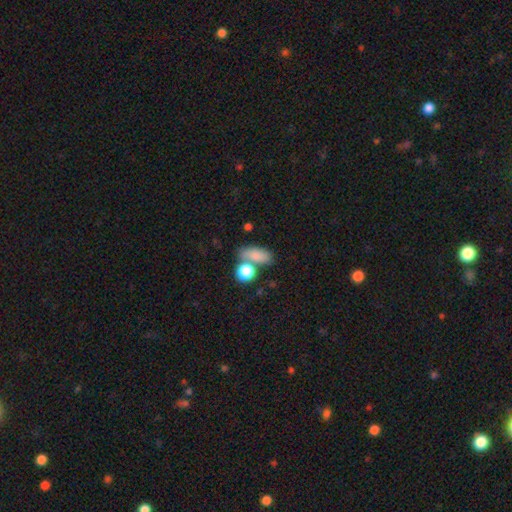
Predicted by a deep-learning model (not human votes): Smooth or featured?
  - smooth: 81% *
  - star or artifact: 10%
  - featured or disk: 9%
How rounded?
  - in between: 73% *
  - round: 16%
  - cigar-shaped: 11%
Merging?
  - none: 53% *
  - merger: 26%
  - minor disturbance: 14%
  - major disturbance: 6%